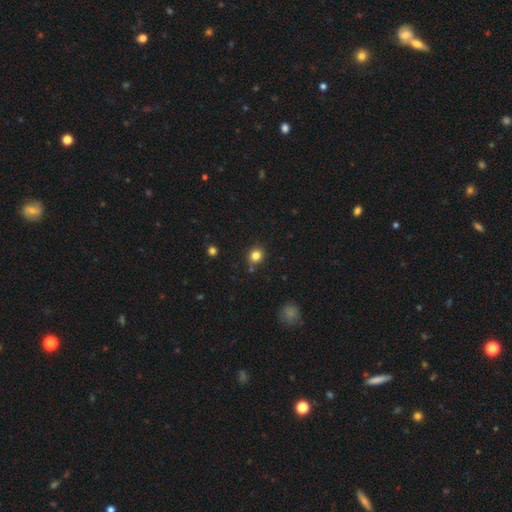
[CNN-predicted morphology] A smooth galaxy with no disk features (82%) that is round (84%).

Vote fractions:
- Smooth or featured? smooth: 82% / star or artifact: 13% / featured or disk: 5%
- How rounded? round: 84% / in between: 15% / cigar-shaped: 1%
- Merging? none: 84% / minor disturbance: 9% / merger: 5% / major disturbance: 2%